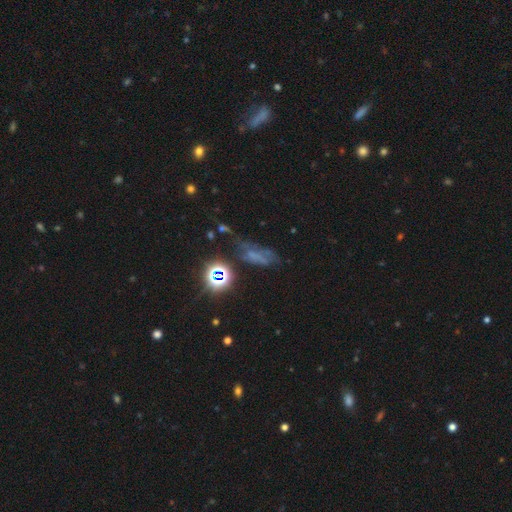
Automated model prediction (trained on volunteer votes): Smooth or featured? Predicted: star or artifact (p=0.40).